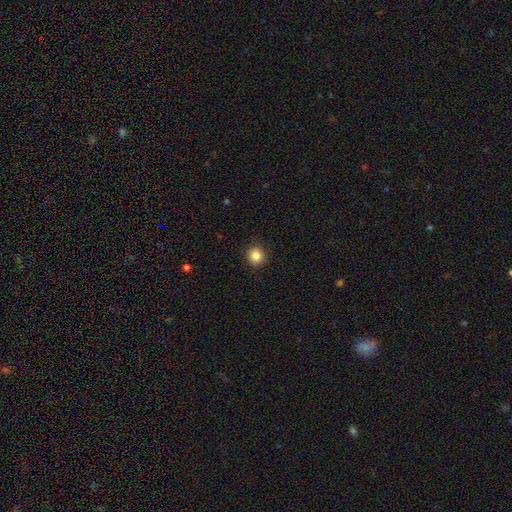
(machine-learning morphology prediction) A smooth galaxy with no disk features (85%) that is round (92%).

Vote fractions:
- Smooth or featured? smooth: 85% / star or artifact: 11% / featured or disk: 4%
- How rounded? round: 92% / in between: 7% / cigar-shaped: 1%
- Merging? none: 92% / minor disturbance: 6% / major disturbance: 2% / merger: 1%